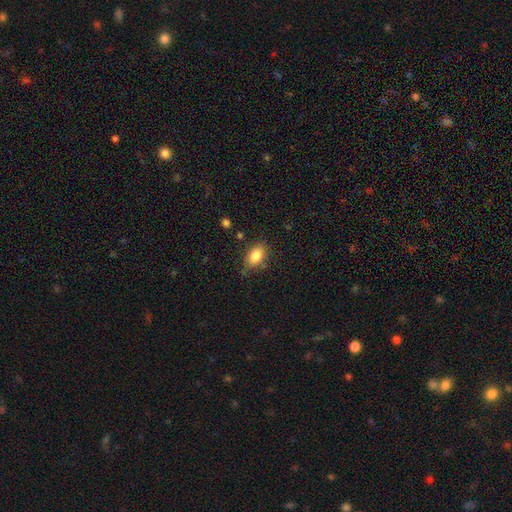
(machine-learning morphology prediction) smooth_or_featured: smooth (p=0.83) [alt: featured or disk p=0.09]
how_rounded: in between (p=0.83) [alt: round p=0.15]
merging: none (p=0.79) [alt: minor disturbance p=0.15]